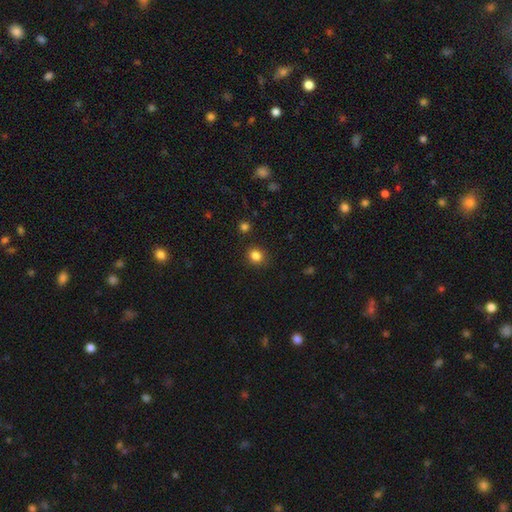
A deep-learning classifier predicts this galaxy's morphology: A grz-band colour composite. It shows a smooth galaxy with no disk features (83%) that is round (78%). Merging: none (88%).